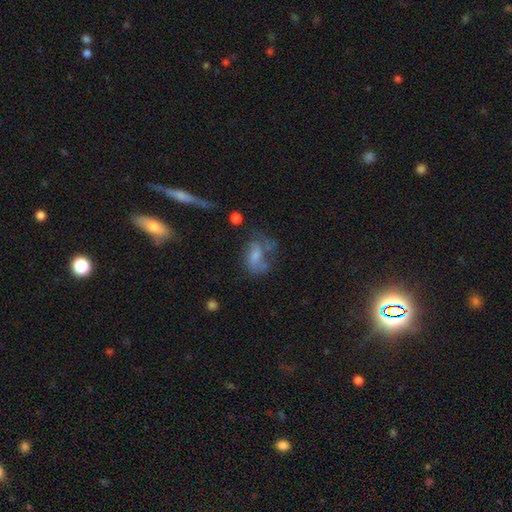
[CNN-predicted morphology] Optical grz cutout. It shows a featured or disk galaxy (46%). Merging: major disturbance (35%).